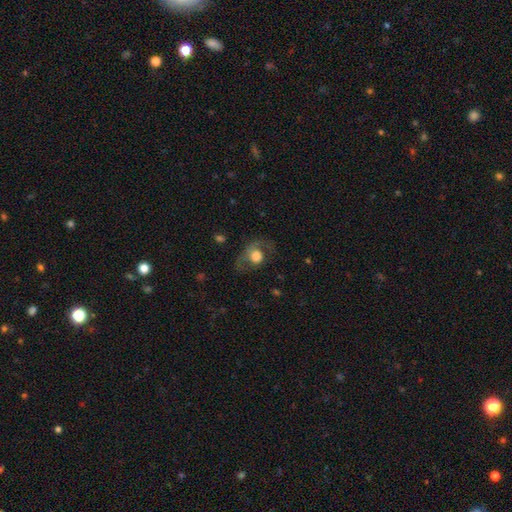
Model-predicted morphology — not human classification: The model was most divided on "merging": none: 42%, major disturbance: 36%, minor disturbance: 19%, merger: 3%. More confident: how rounded — round (62%); smooth or featured — smooth (55%).